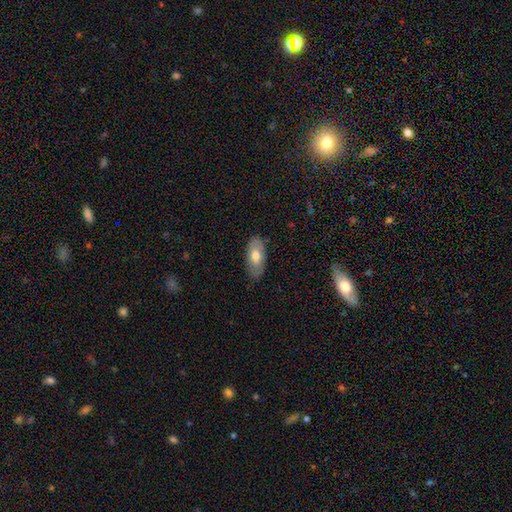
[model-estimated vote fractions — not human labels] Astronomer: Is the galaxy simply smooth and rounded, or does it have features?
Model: smooth — 68%.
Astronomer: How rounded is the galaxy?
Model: in between — 92%.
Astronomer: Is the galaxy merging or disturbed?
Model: none — 77%.